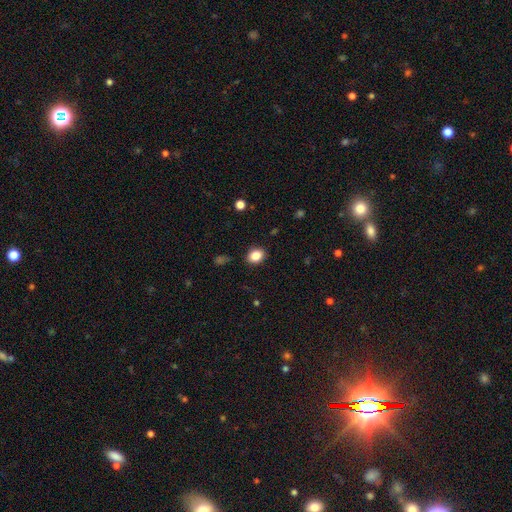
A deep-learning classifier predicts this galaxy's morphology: smooth-or-featured: smooth: 86% | star or artifact: 10% | featured or disk: 5%
  how-rounded: in between: 56% | round: 43% | cigar-shaped: 1%
  merging: none: 86% | minor disturbance: 10% | major disturbance: 3% | merger: 1%